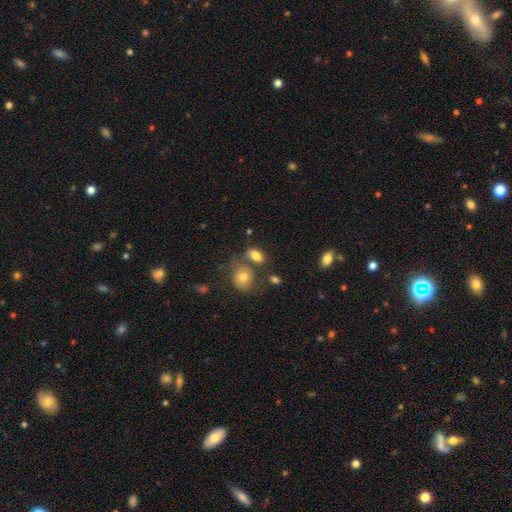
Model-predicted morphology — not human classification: Smooth or featured? Predicted: smooth (p=0.81). How rounded? Predicted: in between (p=0.82). Merging? Predicted: none (p=0.58).